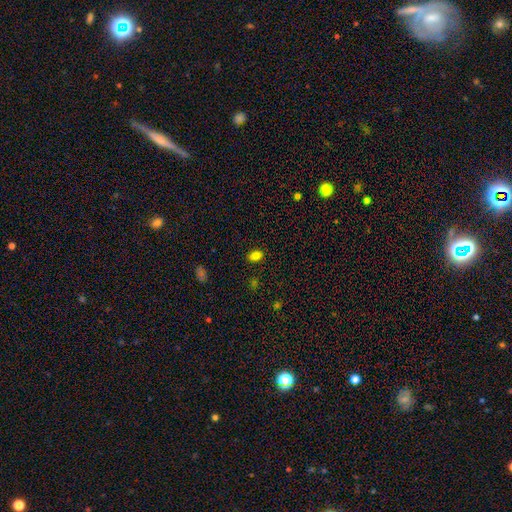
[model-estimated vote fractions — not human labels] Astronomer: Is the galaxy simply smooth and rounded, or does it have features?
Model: smooth — 82%.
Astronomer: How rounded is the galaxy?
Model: in between — 85%.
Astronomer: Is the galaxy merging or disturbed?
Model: none — 87%.